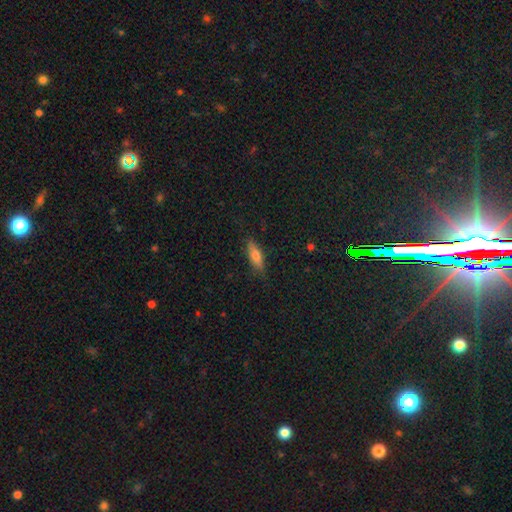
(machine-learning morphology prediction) Smooth or featured?
  - smooth: 70% *
  - featured or disk: 22%
  - star or artifact: 7%
How rounded?
  - in between: 51% *
  - cigar-shaped: 46%
  - round: 2%
Merging?
  - none: 82% *
  - minor disturbance: 14%
  - major disturbance: 3%
  - merger: 1%